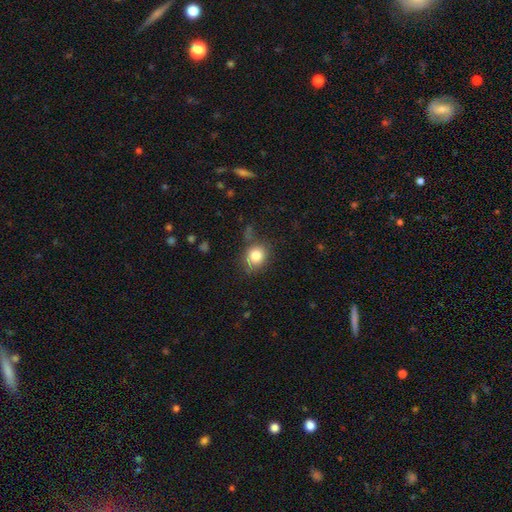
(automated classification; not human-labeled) smooth-or-featured: smooth: 82% | star or artifact: 10% | featured or disk: 8%
  how-rounded: round: 66% | in between: 33% | cigar-shaped: 1%
  merging: none: 72% | minor disturbance: 18% | major disturbance: 5% | merger: 4%